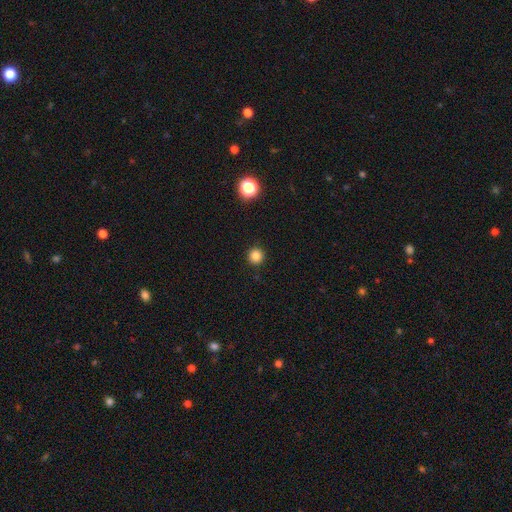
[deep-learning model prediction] Smooth or featured?
  - smooth: 83% *
  - star or artifact: 13%
  - featured or disk: 4%
How rounded?
  - round: 96% *
  - in between: 3%
  - cigar-shaped: 1%
Merging?
  - none: 93% *
  - minor disturbance: 4%
  - major disturbance: 2%
  - merger: 1%